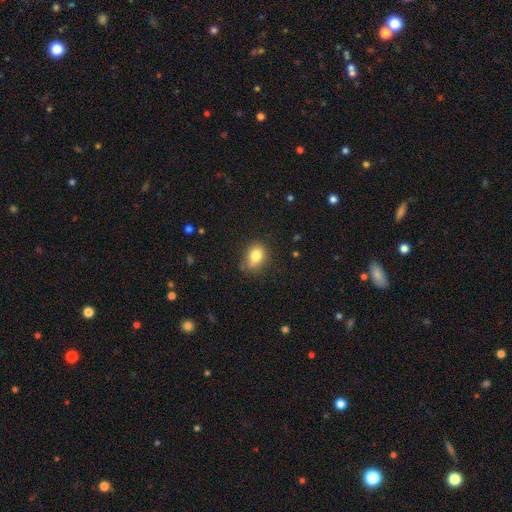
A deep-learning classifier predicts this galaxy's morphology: A smooth galaxy with no disk features (81%) that is round (51%).

Vote fractions:
- Smooth or featured? smooth: 81% / star or artifact: 10% / featured or disk: 9%
- How rounded? round: 51% / in between: 48% / cigar-shaped: 1%
- Merging? none: 73% / minor disturbance: 20% / major disturbance: 4% / merger: 3%